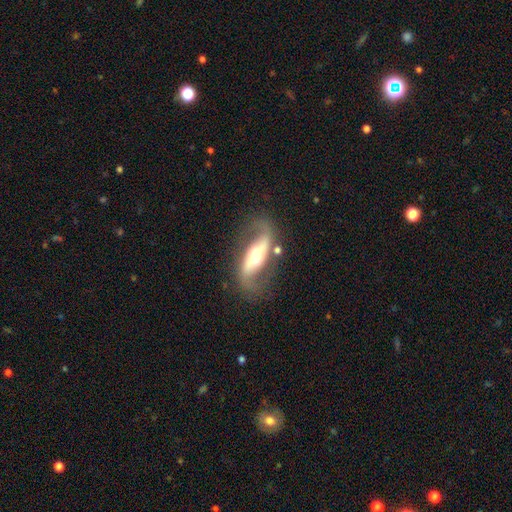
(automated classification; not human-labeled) Smooth or featured: featured or disk — 86% (smooth — 10%)
Edge-on disk: no — 90% (yes — 10%)
Bar: strong — 51% (weak — 28%)
Spiral arms: yes — 94% (no — 6%)
Spiral winding: loose — 66% (medium — 27%)
Spiral arm count: 2 — 92% (1 — 3%)
Bulge size: moderate — 58% (large — 23%)
Merging: none — 72% (minor disturbance — 16%)